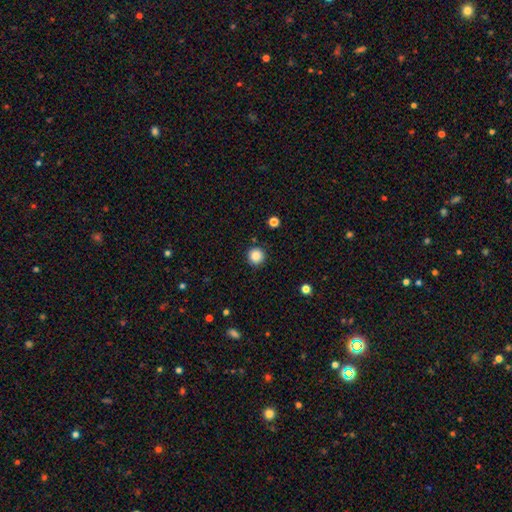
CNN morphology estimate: The model was most divided on "smooth or featured": smooth: 86%, star or artifact: 10%, featured or disk: 4%. More confident: how rounded — round (96%); merging — none (91%).